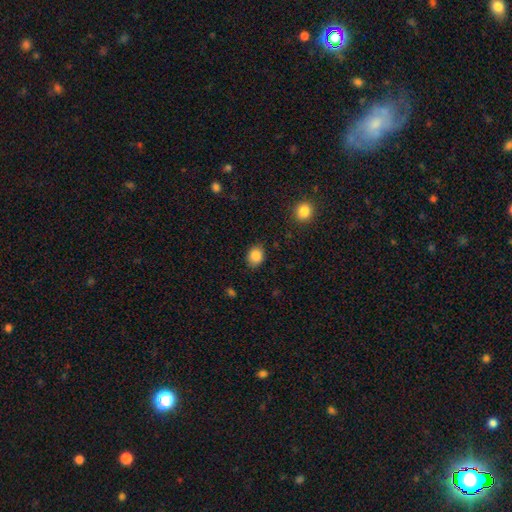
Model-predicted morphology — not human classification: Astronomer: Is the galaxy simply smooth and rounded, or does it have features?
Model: smooth — 87%.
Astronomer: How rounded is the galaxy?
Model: round — 50% (runner-up: in between, 49%).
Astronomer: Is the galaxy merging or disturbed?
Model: none — 84%.